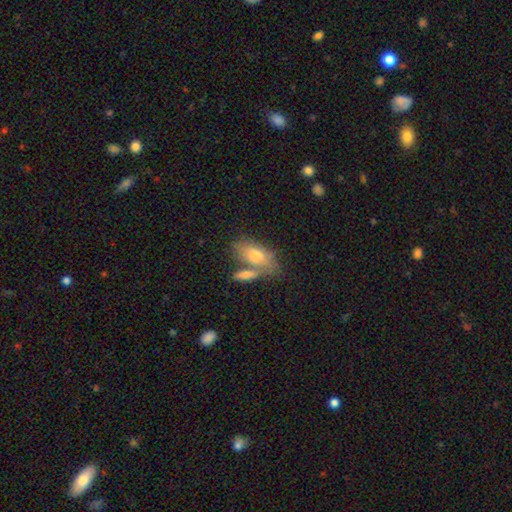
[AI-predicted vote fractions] Smooth or featured? Predicted: smooth (p=0.71). How rounded? Predicted: in between (p=0.86). Merging? Predicted: none (p=0.45).